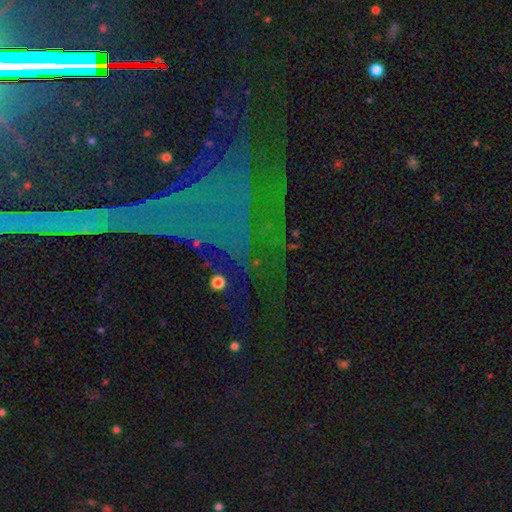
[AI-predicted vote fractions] Overall: star or artifact (77%).